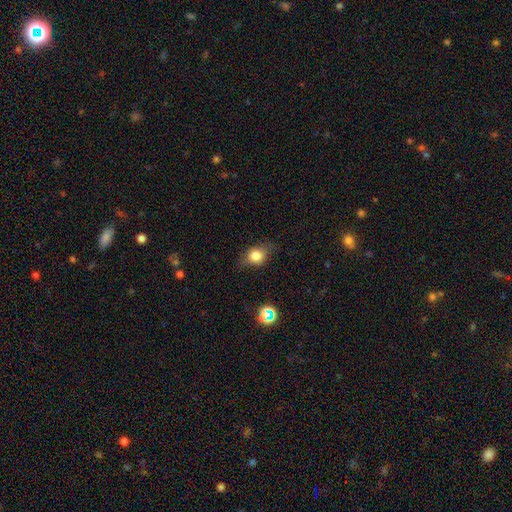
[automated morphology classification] Smooth or featured: smooth — 69% (featured or disk — 20%)
How rounded: in between — 52% (round — 44%)
Merging: none — 72% (minor disturbance — 20%)